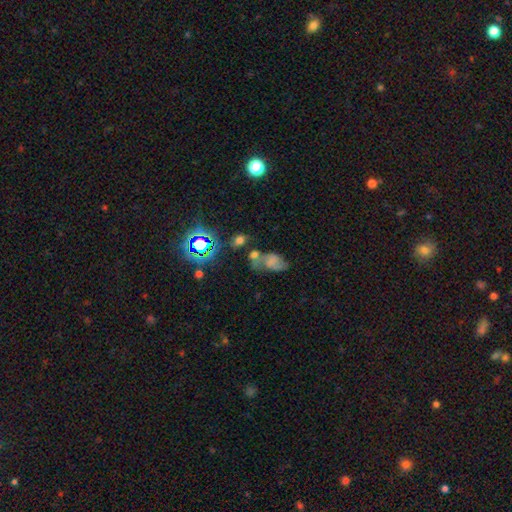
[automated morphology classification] This appears to be a star or artifact, not a galaxy (36%).